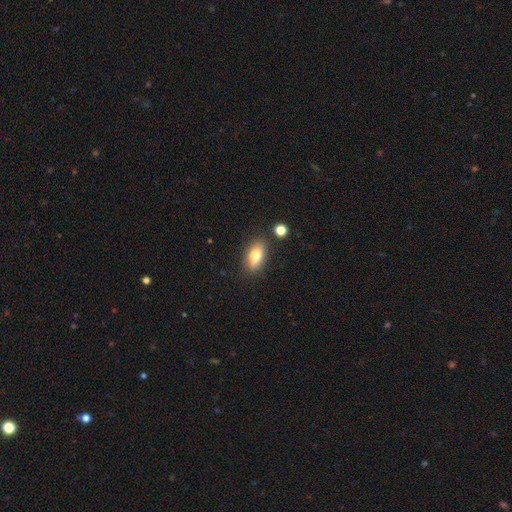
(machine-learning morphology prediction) type=smooth (74%); roundness=in between (83%); merging=none (83%).